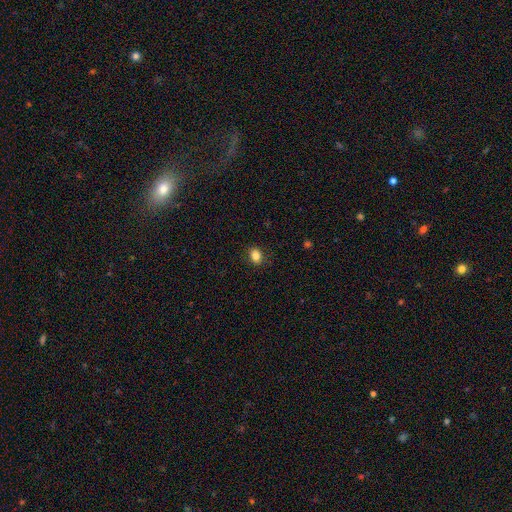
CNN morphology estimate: Overall: smooth (84%). How rounded: in between (52%; round 47%). Merging: none (88%).